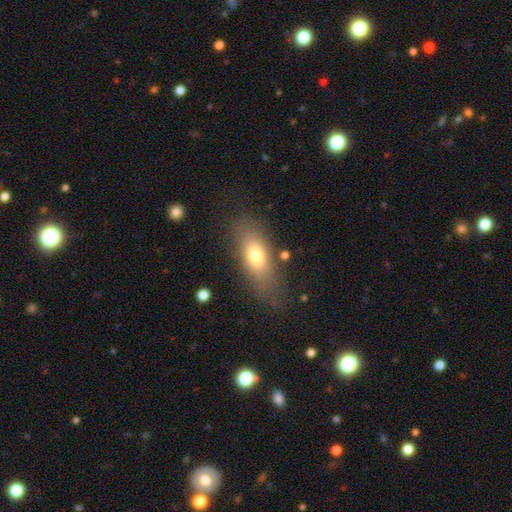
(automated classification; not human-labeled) smooth 70%, featured or disk 21%, star or artifact 9%. Down the decision tree: how rounded — in between (72%); merging — none (76%).